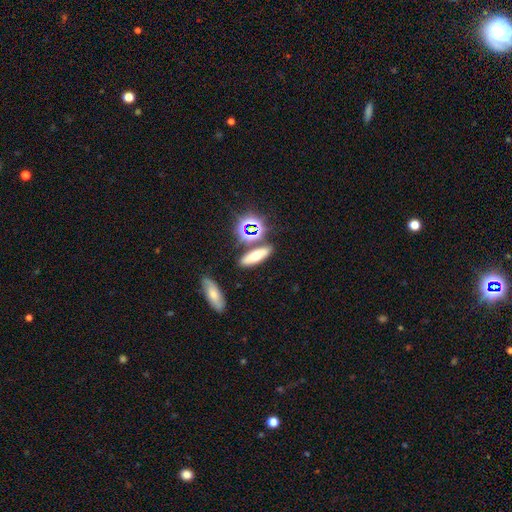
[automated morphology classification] Smooth or featured? Predicted: smooth (p=0.66). How rounded? Predicted: cigar-shaped (p=0.50). Merging? Predicted: none (p=0.78).